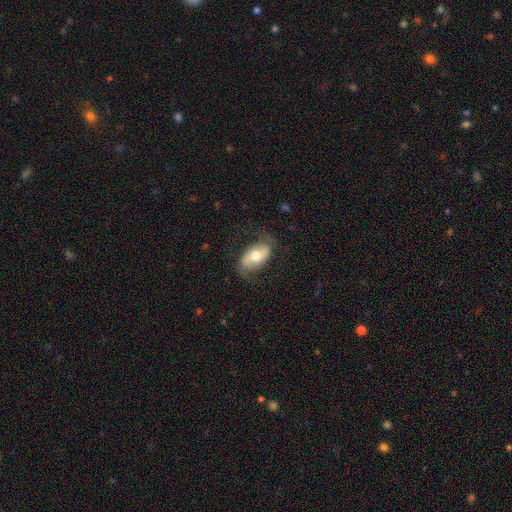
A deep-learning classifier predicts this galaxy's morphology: Smooth or featured: featured or disk — 51% (smooth — 42%)
Edge-on disk: no — 92% (yes — 8%)
Merging: none — 71% (minor disturbance — 19%)